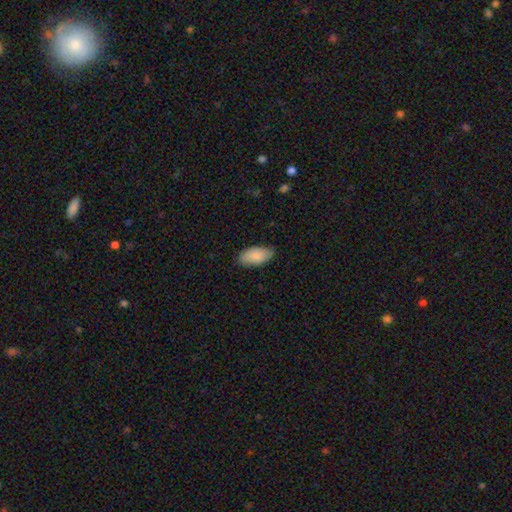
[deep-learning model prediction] The model was most divided on "merging": none: 80%, minor disturbance: 17%, major disturbance: 3%, merger: 1%. More confident: how rounded — in between (94%); smooth or featured — smooth (84%).